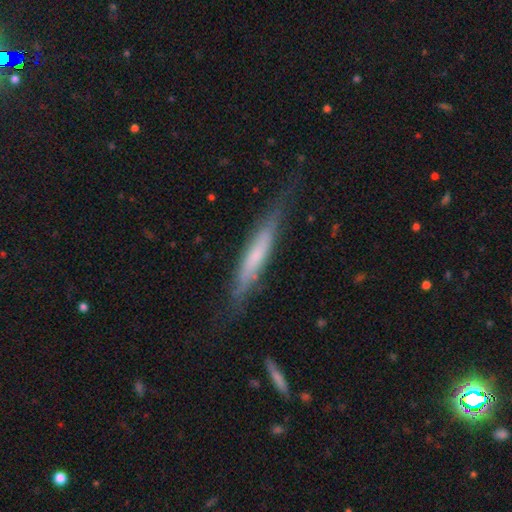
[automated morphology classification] Smooth or featured?
  - featured or disk: 51% *
  - smooth: 43%
  - star or artifact: 6%
Edge-on disk?
  - yes: 85% *
  - no: 15%
Merging?
  - none: 67% *
  - minor disturbance: 23%
  - major disturbance: 8%
  - merger: 2%